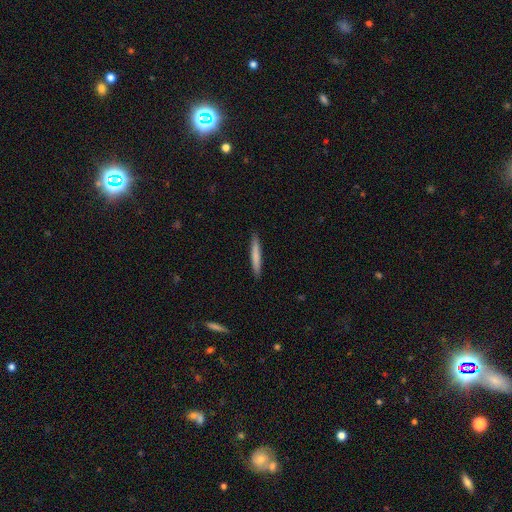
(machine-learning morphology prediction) This is likely a smooth galaxy (75%). How rounded: clearly cigar-shaped (96%). Merging: clearly none (91%).